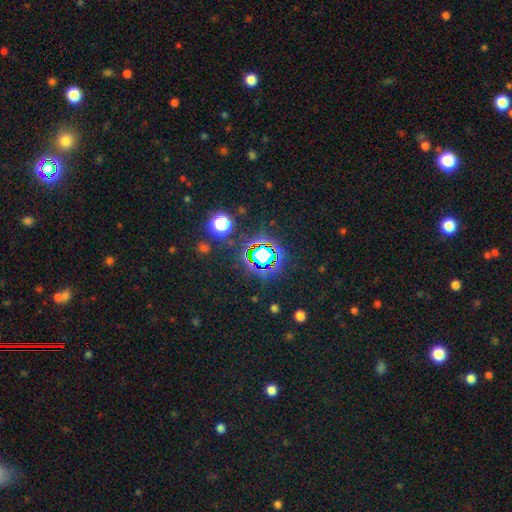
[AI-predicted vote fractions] Smooth or featured: star or artifact — 78% (smooth — 14%)